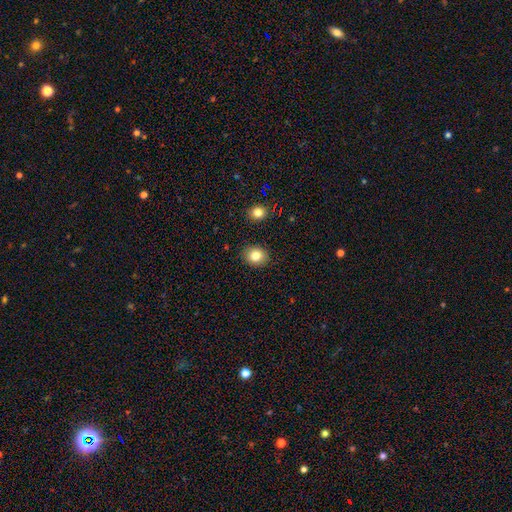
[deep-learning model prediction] Smooth or featured: smooth — 83% (star or artifact — 10%)
How rounded: round — 61% (in between — 38%)
Merging: none — 89% (minor disturbance — 7%)